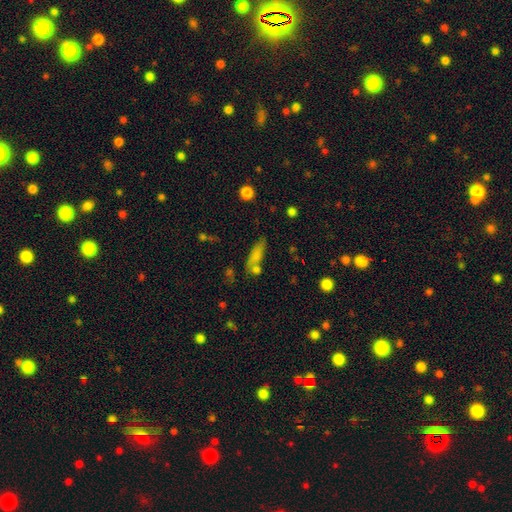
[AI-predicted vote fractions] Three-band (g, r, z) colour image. It shows a smooth galaxy with no disk features (74%) that is cigar-shaped (50%). Merging: none (58%).